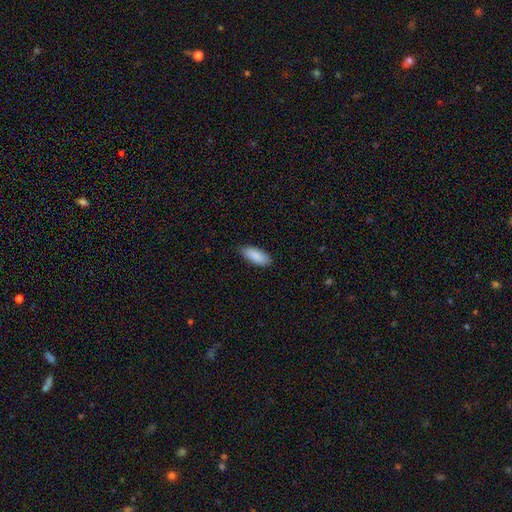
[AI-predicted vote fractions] This appears to be a smooth galaxy with no disk features (90%) that is in between round and cigar-shaped (84%). Merging: none (83%).